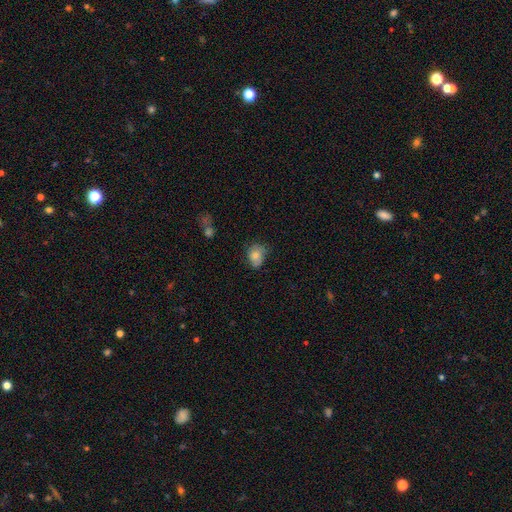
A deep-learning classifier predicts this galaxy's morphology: A smooth galaxy with no disk features (75%) that is in between round and cigar-shaped (57%).

Vote fractions:
- Smooth or featured? smooth: 75% / featured or disk: 16% / star or artifact: 9%
- How rounded? in between: 57% / round: 42% / cigar-shaped: 1%
- Merging? none: 45% / minor disturbance: 37% / major disturbance: 14% / merger: 4%